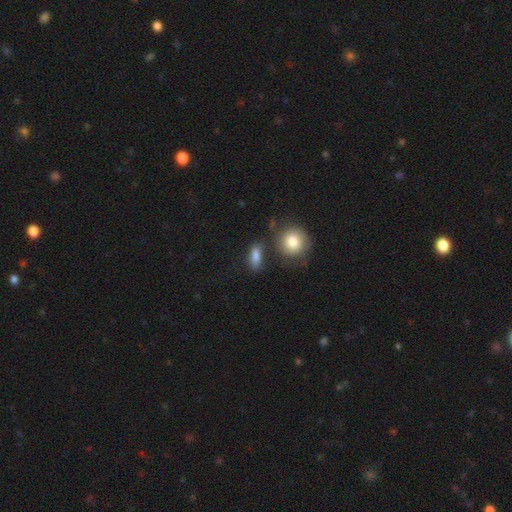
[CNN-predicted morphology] This is clearly a smooth galaxy (81%). How rounded: likely in between (62%). Merging: likely none (64%).